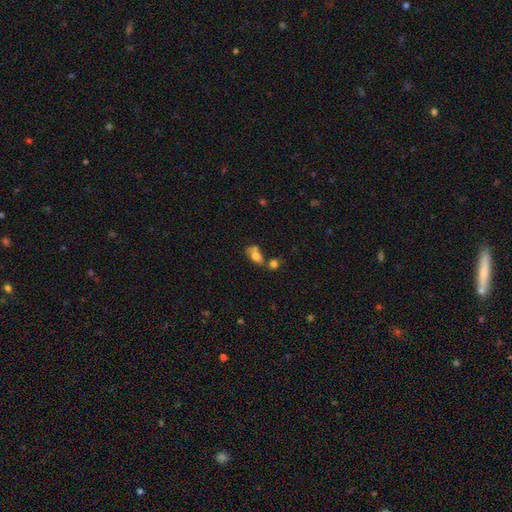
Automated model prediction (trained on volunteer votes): Smooth or featured?
  - smooth: 70% *
  - featured or disk: 19%
  - star or artifact: 11%
How rounded?
  - in between: 81% *
  - round: 16%
  - cigar-shaped: 3%
Merging?
  - merger: 41% *
  - none: 30%
  - minor disturbance: 17%
  - major disturbance: 12%